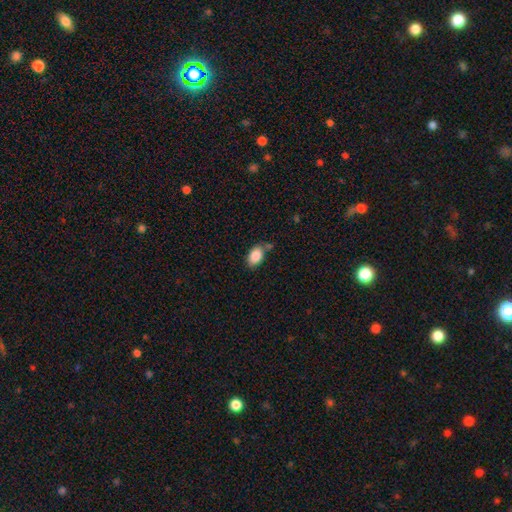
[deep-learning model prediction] Smooth or featured? Predicted: smooth (p=0.86). How rounded? Predicted: in between (p=0.89). Merging? Predicted: none (p=0.65).